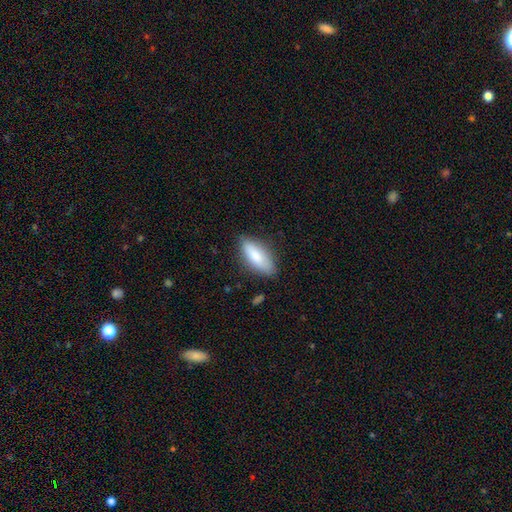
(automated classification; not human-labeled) Smooth or featured? Predicted: smooth (p=0.81). How rounded? Predicted: in between (p=0.70). Merging? Predicted: none (p=0.79).